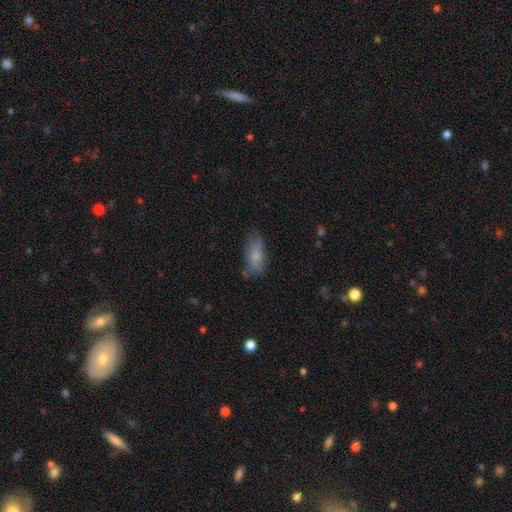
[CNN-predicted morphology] Q: Smooth or featured?
A: smooth (78%); runner-up: featured or disk (14%)
Q: How rounded?
A: in between (79%); runner-up: cigar-shaped (18%)
Q: Merging?
A: none (61%); runner-up: minor disturbance (27%)